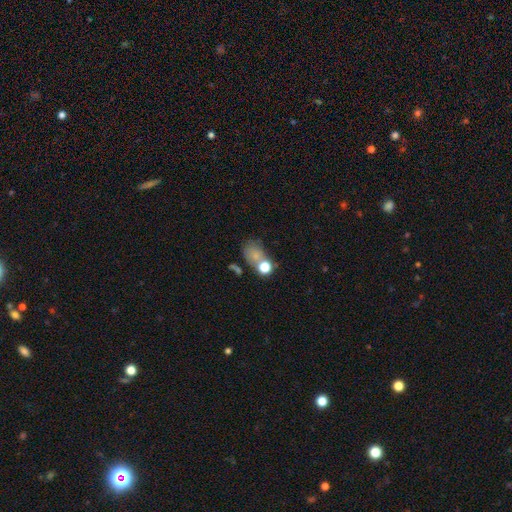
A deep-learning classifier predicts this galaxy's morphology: A smooth galaxy with no disk features (68%) that is in between round and cigar-shaped (55%).

Vote fractions:
- Smooth or featured? smooth: 68% / star or artifact: 18% / featured or disk: 14%
- How rounded? in between: 55% / round: 43% / cigar-shaped: 2%
- Merging? none: 39% / merger: 31% / minor disturbance: 16% / major disturbance: 14%